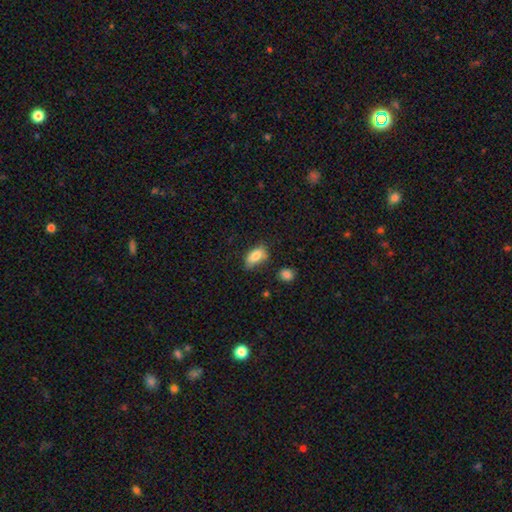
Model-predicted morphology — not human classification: Smooth or featured? smooth (83%)
How rounded? in between (88%)
Merging? none (57%)